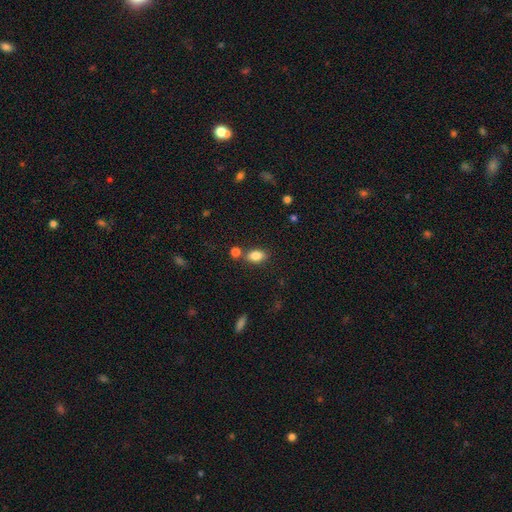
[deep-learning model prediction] This appears to be a smooth galaxy with no disk features (84%) that is in between round and cigar-shaped (87%). Merging: none (69%).